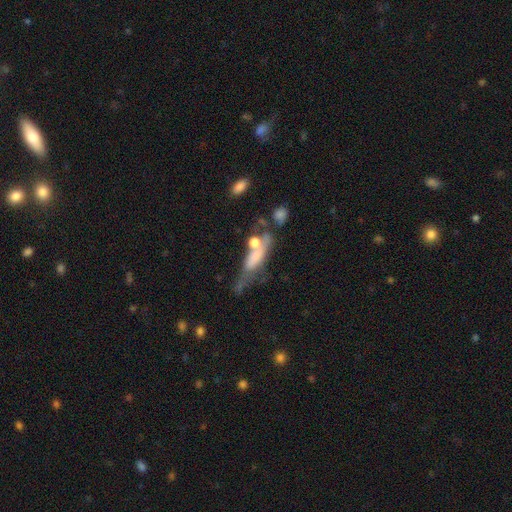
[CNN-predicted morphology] This appears to be a smooth galaxy with no disk features (51%) that is cigar-shaped (50%). Merging: major disturbance (32%).